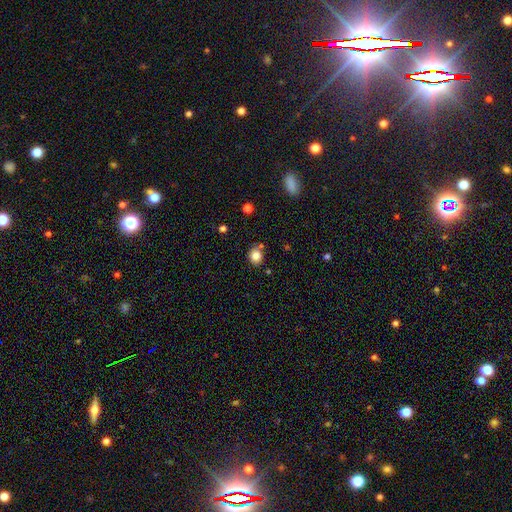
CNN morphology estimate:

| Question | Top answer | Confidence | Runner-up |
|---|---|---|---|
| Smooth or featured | smooth | 83% | star or artifact (11%) |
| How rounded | round | 68% | in between (31%) |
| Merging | none | 75% | minor disturbance (15%) |